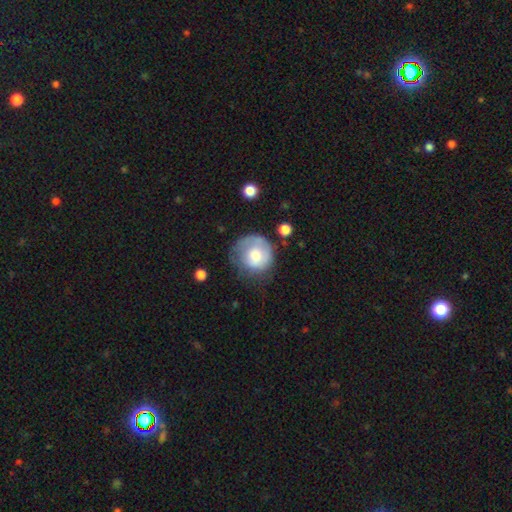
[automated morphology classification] The model was most divided on "merging": none: 52%, minor disturbance: 27%, major disturbance: 19%, merger: 3%. More confident: how rounded — round (87%); smooth or featured — smooth (62%).